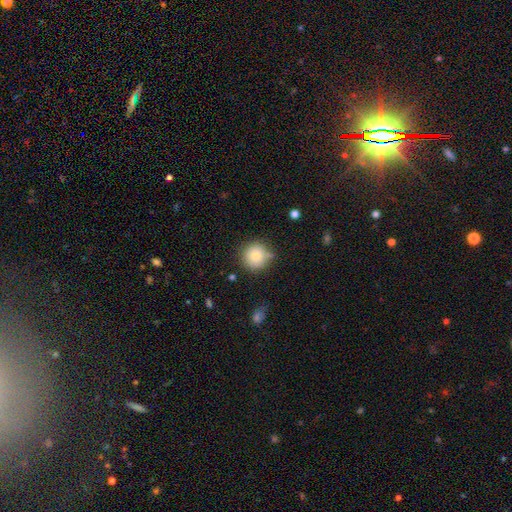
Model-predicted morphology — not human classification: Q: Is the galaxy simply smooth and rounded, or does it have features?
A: smooth — 80%.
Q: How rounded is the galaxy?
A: round — 93%.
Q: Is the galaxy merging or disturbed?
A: none — 76%.